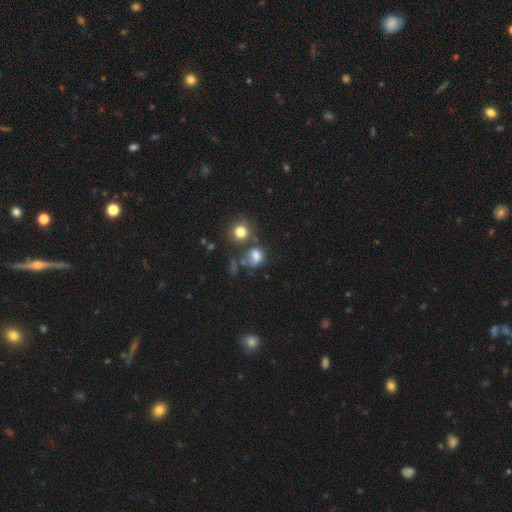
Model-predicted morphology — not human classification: A smooth galaxy with no disk features (68%) that is round (51%).

Vote fractions:
- Smooth or featured? smooth: 68% / featured or disk: 16% / star or artifact: 15%
- How rounded? round: 51% / in between: 47% / cigar-shaped: 2%
- Merging? none: 38% / merger: 26% / minor disturbance: 20% / major disturbance: 16%